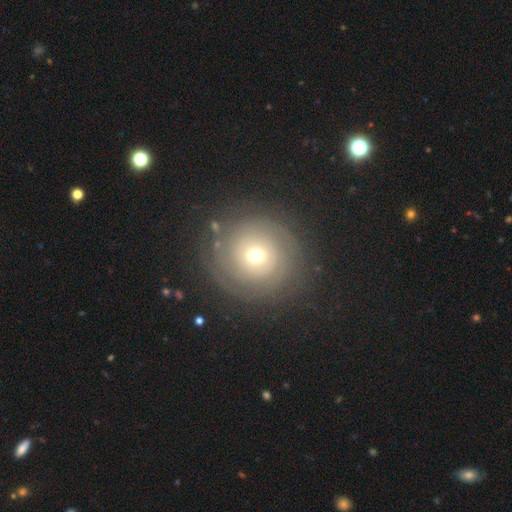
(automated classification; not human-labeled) This is possibly a featured or disk galaxy (58%). It is clearly not viewed edge-on (97%). Bar: clearly no (82%). Spiral arm pattern: likely yes (70%). Central bulge: possibly moderate (59%). Merging: clearly none (80%).